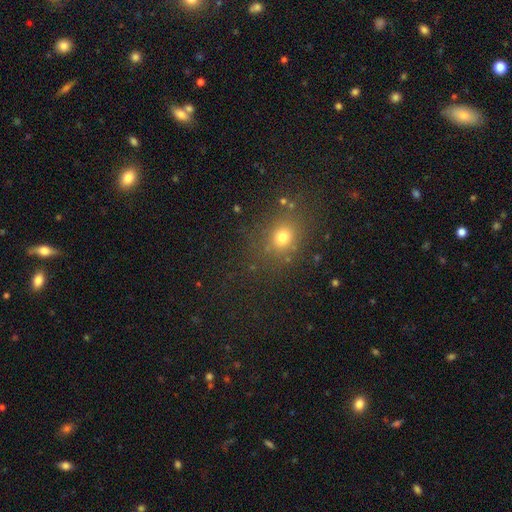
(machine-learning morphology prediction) This appears to be a smooth galaxy with no disk features (56%) that is round (71%). Merging: none (81%).